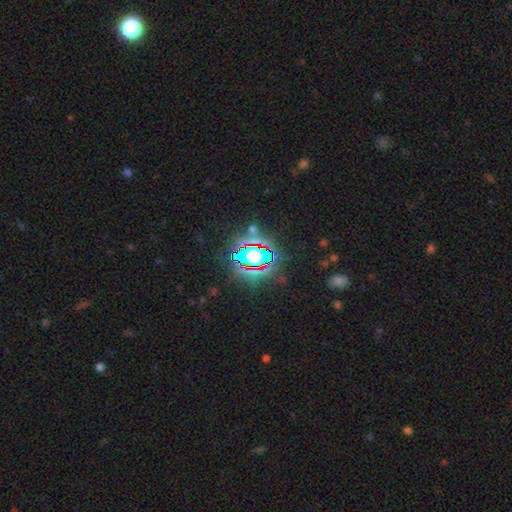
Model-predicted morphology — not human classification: Smooth or featured: star or artifact — 82% (smooth — 11%)